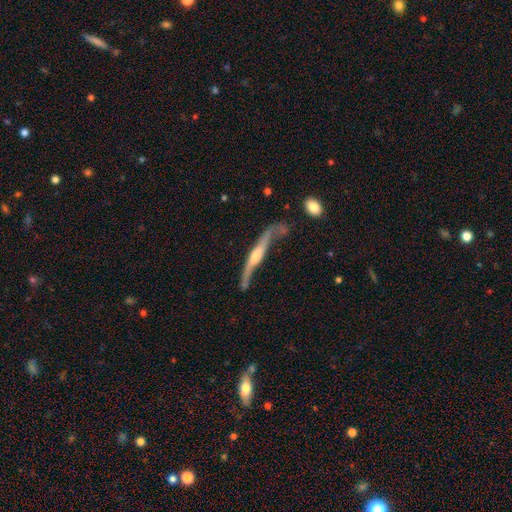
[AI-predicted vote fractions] Smooth or featured?
  - featured or disk: 77% *
  - smooth: 18%
  - star or artifact: 5%
Edge-on disk?
  - yes: 80% *
  - no: 20%
Edge-on bulge?
  - rounded: 66% *
  - boxy: 22%
  - none: 12%
Merging?
  - none: 49% *
  - minor disturbance: 24%
  - major disturbance: 18%
  - merger: 8%